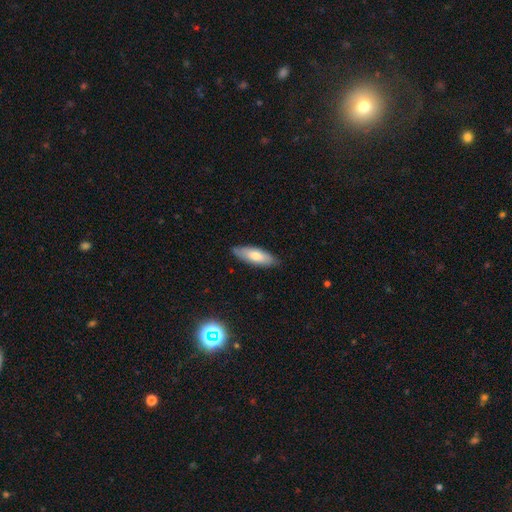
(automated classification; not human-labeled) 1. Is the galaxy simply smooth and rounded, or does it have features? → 72% smooth, 23% featured or disk, 6% star or artifact.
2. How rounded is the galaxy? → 64% in between, 34% cigar-shaped, 2% round.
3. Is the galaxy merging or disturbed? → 82% none, 14% minor disturbance, 2% major disturbance, 1% merger.